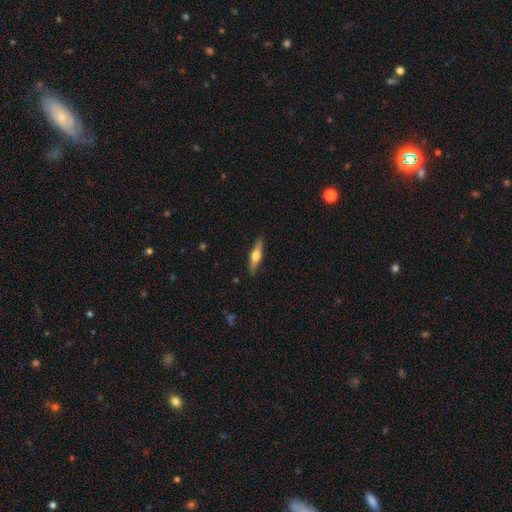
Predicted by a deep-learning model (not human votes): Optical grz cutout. It shows a featured or disk galaxy (53%) viewed edge-on (94%) with a rounded central bulge (94%). Merging: none (89%).